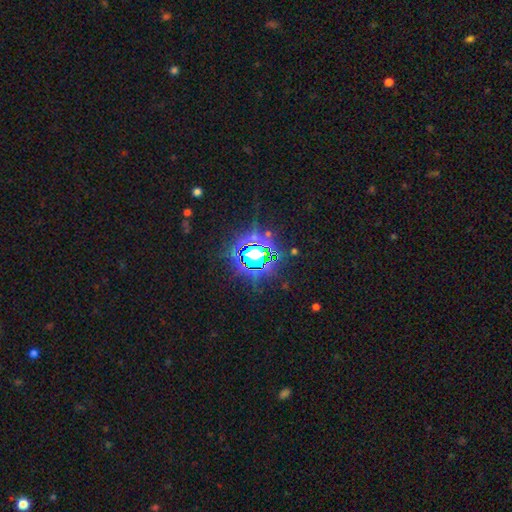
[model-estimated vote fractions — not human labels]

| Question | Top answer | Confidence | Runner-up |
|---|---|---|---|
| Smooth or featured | star or artifact | 78% | smooth (12%) |